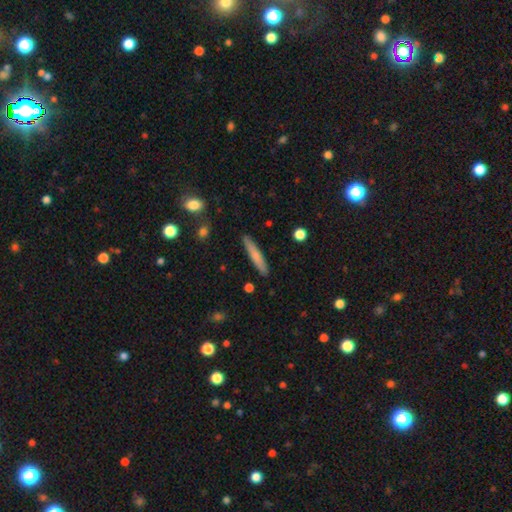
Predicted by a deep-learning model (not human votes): Smooth or featured: smooth — 71% (featured or disk — 23%)
How rounded: cigar-shaped — 94% (in between — 5%)
Merging: none — 89% (minor disturbance — 8%)